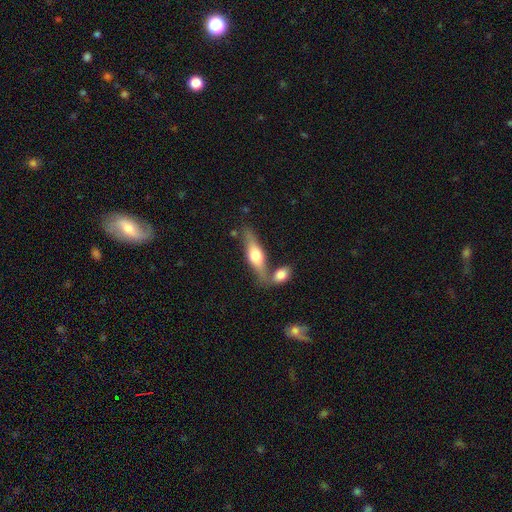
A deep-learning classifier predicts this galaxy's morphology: Smooth or featured?
  - featured or disk: 51% *
  - smooth: 44%
  - star or artifact: 5%
Edge-on disk?
  - yes: 87% *
  - no: 13%
Merging?
  - none: 55% *
  - merger: 30%
  - minor disturbance: 11%
  - major disturbance: 4%